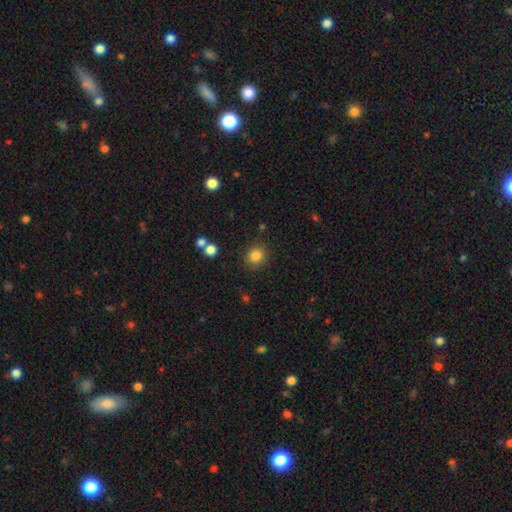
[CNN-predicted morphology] Q: Smooth or featured?
A: smooth (83%); runner-up: star or artifact (11%)
Q: How rounded?
A: round (85%); runner-up: in between (14%)
Q: Merging?
A: none (86%); runner-up: minor disturbance (9%)